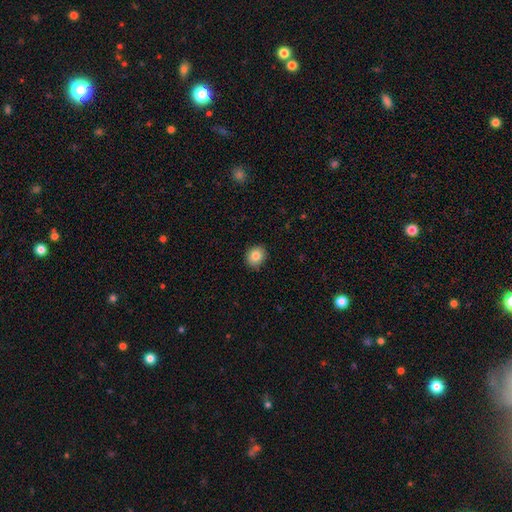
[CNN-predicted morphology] Smooth or featured: smooth — 82% (star or artifact — 9%)
How rounded: round — 74% (in between — 25%)
Merging: none — 88% (minor disturbance — 9%)